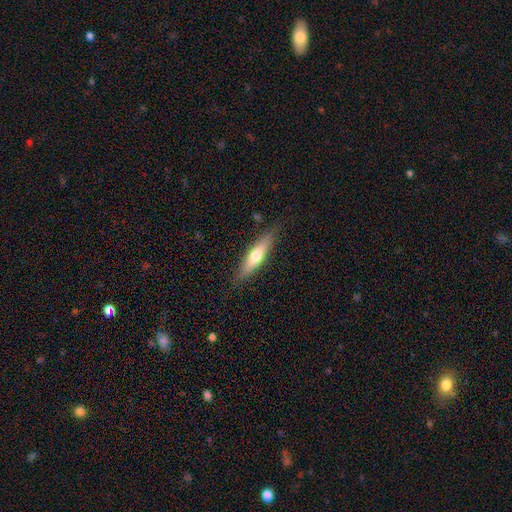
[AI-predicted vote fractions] The model was most divided on "smooth or featured": smooth: 54%, featured or disk: 40%, star or artifact: 6%. More confident: merging — none (85%); how rounded — cigar-shaped (75%).